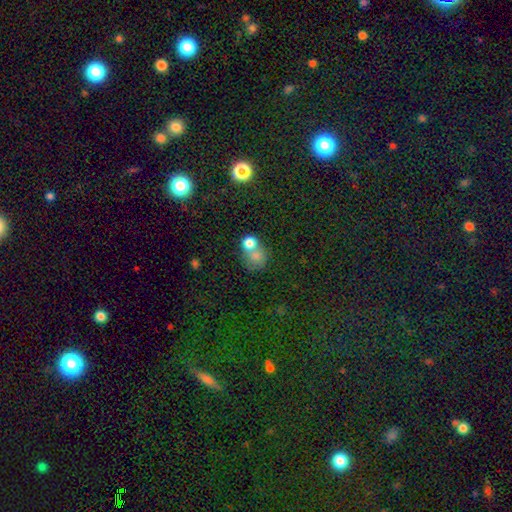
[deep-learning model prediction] Q: Smooth or featured?
A: smooth (76%); runner-up: featured or disk (12%)
Q: How rounded?
A: round (75%); runner-up: in between (24%)
Q: Merging?
A: merger (55%); runner-up: none (32%)